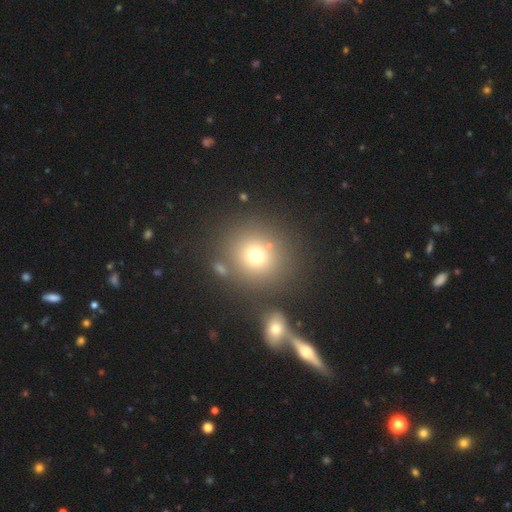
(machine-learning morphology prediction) Smooth or featured? Predicted: smooth (p=0.72). How rounded? Predicted: round (p=0.87). Merging? Predicted: none (p=0.73).